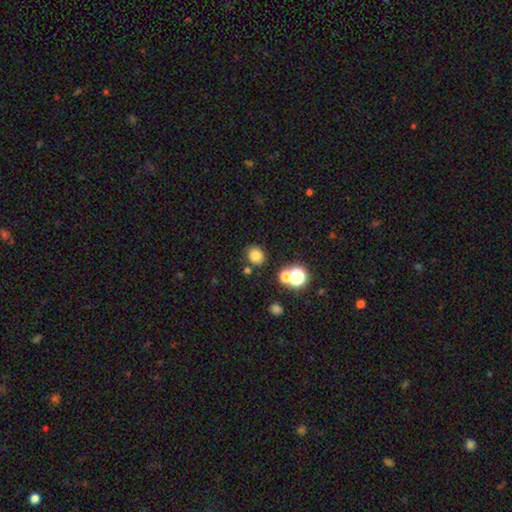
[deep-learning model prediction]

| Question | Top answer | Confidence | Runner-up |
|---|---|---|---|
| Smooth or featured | smooth | 79% | star or artifact (15%) |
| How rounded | round | 74% | in between (25%) |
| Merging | none | 78% | minor disturbance (9%) |